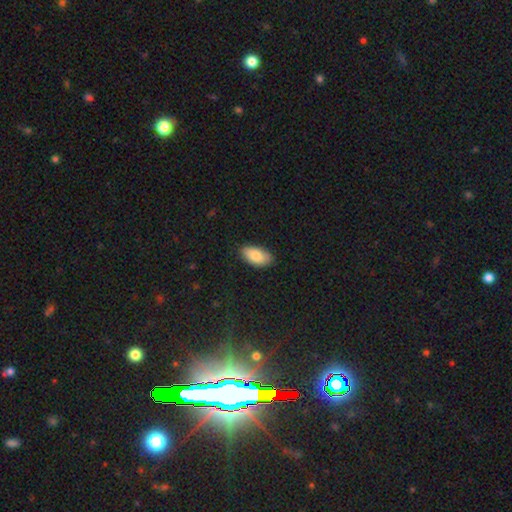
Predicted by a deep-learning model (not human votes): A smooth galaxy with no disk features (85%) that is in between round and cigar-shaped (94%).

Vote fractions:
- Smooth or featured? smooth: 85% / featured or disk: 9% / star or artifact: 6%
- How rounded? in between: 94% / cigar-shaped: 3% / round: 3%
- Merging? none: 85% / minor disturbance: 12% / major disturbance: 2% / merger: 1%